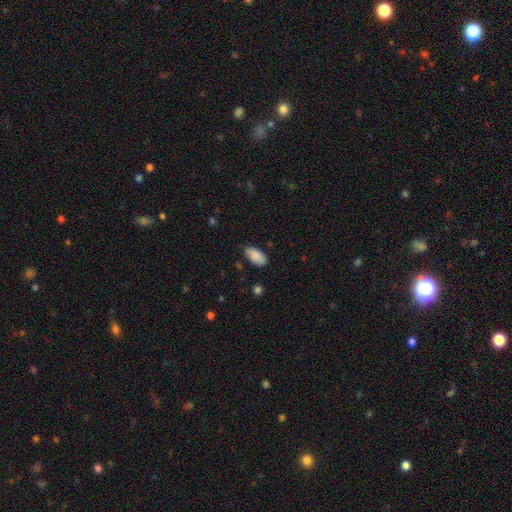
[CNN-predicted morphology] Smooth or featured? smooth (87%)
How rounded? in between (95%)
Merging? none (77%)